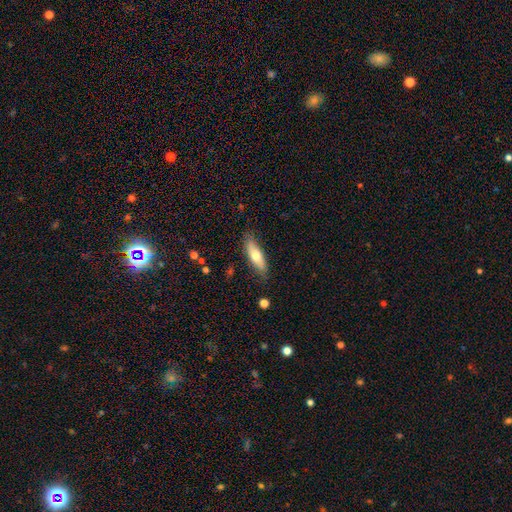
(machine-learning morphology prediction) Q: Smooth or featured?
A: smooth (66%); runner-up: featured or disk (28%)
Q: How rounded?
A: in between (49%); runner-up: cigar-shaped (48%)
Q: Merging?
A: none (81%); runner-up: minor disturbance (15%)